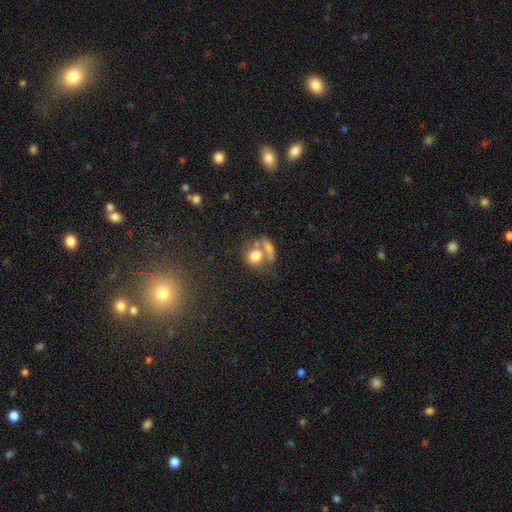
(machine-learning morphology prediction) This appears to be a smooth galaxy with no disk features (73%) that is round (62%). Merging: merger (49%).